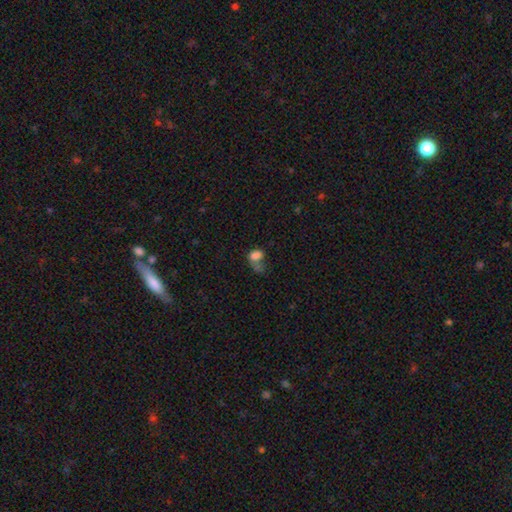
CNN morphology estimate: type=smooth (76%); roundness=in between (66%); merging=merger (34%).